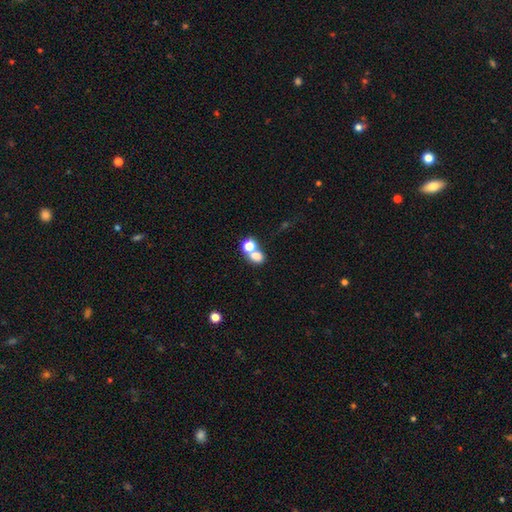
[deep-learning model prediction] Smooth or featured: smooth — 73% (star or artifact — 16%)
How rounded: round — 54% (in between — 44%)
Merging: merger — 51% (none — 36%)